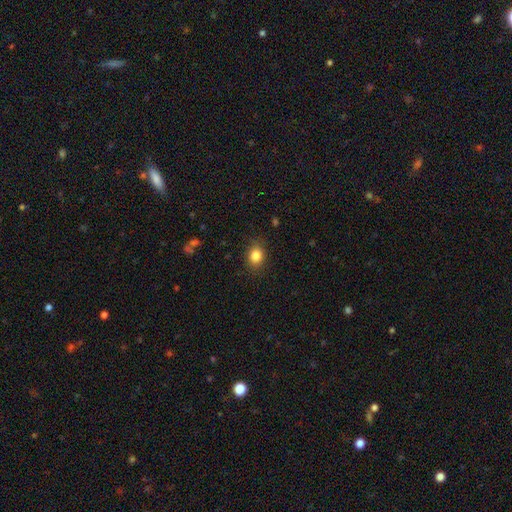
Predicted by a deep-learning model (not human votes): The model was most divided on "how rounded": round: 51%, in between: 48%, cigar-shaped: 1%. More confident: merging — none (86%); smooth or featured — smooth (84%).